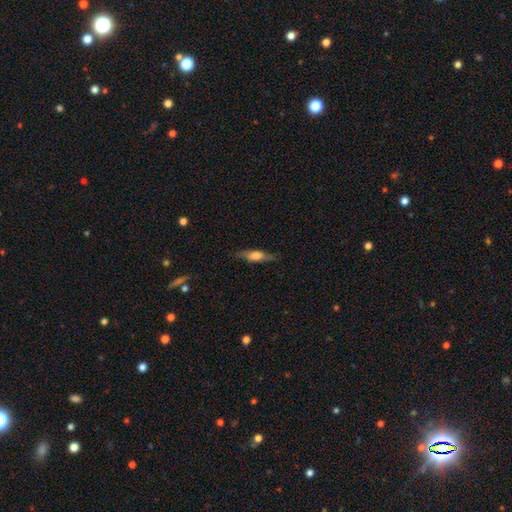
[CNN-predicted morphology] smooth 46% (tied), featured or disk 46% (tied), star or artifact 8%. Down the decision tree: merging — none (77%).